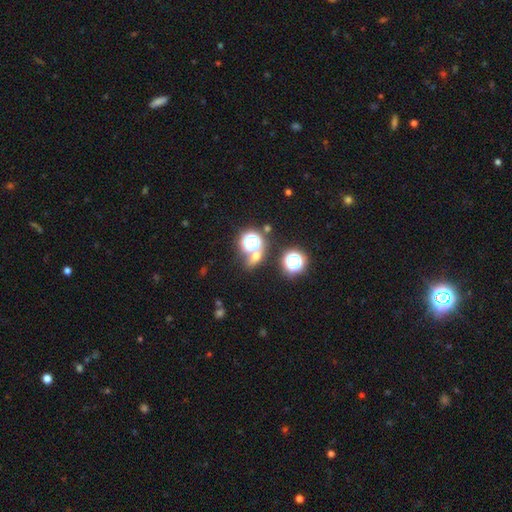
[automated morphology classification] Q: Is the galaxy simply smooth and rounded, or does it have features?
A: smooth — 47%.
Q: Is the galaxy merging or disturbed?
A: none — 66%.